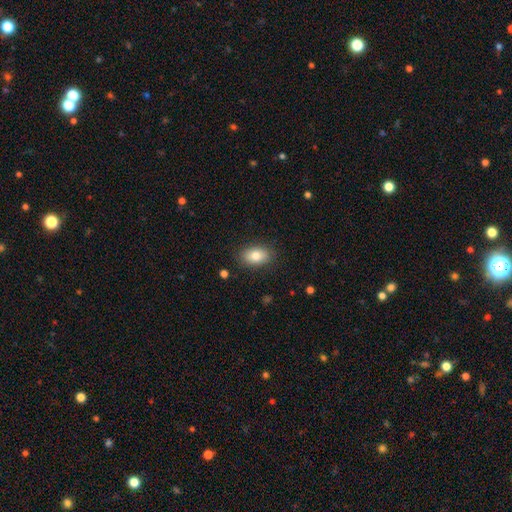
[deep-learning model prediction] A smooth galaxy with no disk features (81%) that is in between round and cigar-shaped (88%). Merging: none (86%).